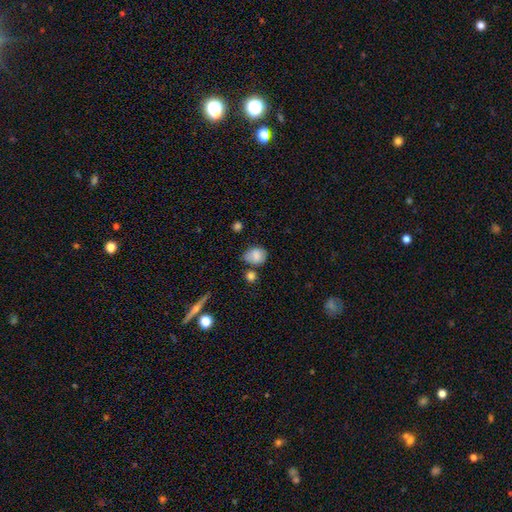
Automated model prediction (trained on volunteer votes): Smooth or featured?
  - smooth: 80% *
  - featured or disk: 10%
  - star or artifact: 10%
How rounded?
  - in between: 54% *
  - round: 45%
  - cigar-shaped: 1%
Merging?
  - none: 56% *
  - minor disturbance: 25%
  - merger: 12%
  - major disturbance: 7%